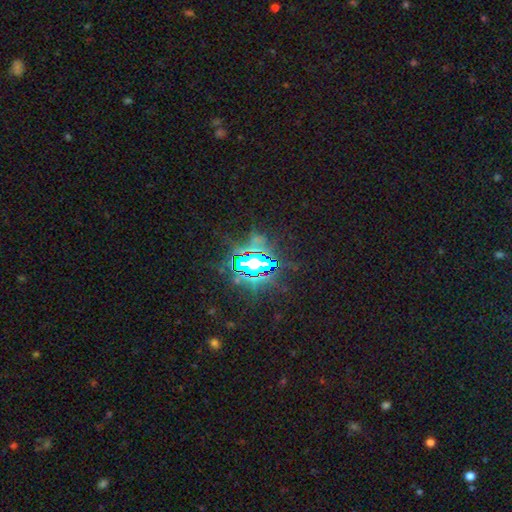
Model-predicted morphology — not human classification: A star or artifact, not a galaxy (81%).